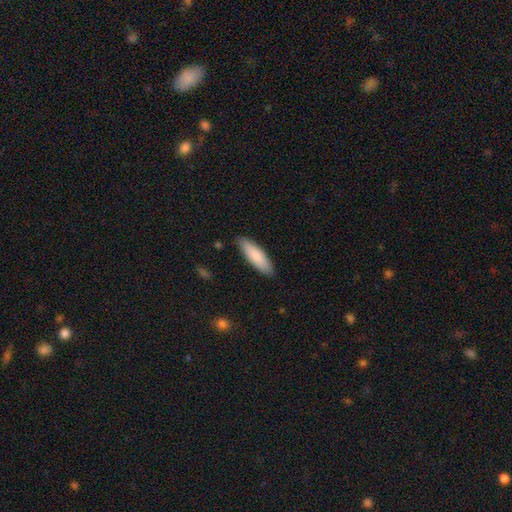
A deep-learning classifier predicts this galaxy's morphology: type=smooth (86%); roundness=cigar-shaped (52%); merging=none (88%).